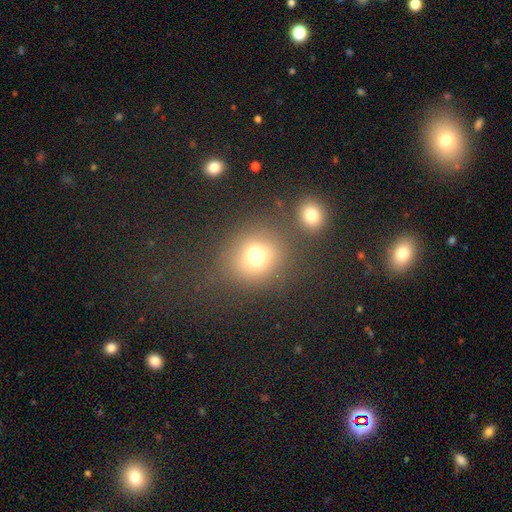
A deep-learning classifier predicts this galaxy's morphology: smooth 70%, star or artifact 17%, featured or disk 14%. Down the decision tree: how rounded — round (71%); merging — none (57%).